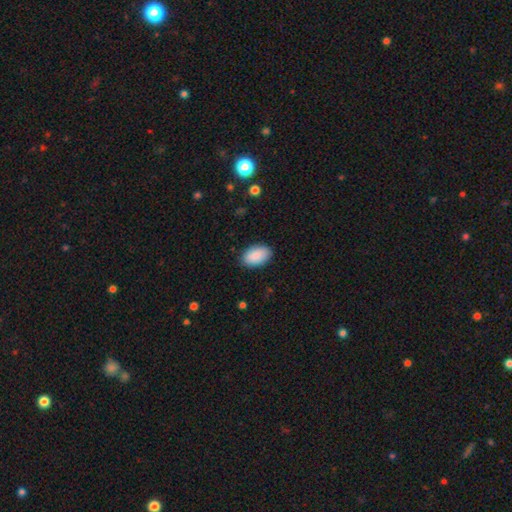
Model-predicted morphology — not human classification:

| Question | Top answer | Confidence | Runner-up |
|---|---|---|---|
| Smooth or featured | smooth | 89% | star or artifact (6%) |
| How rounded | in between | 94% | round (5%) |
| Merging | none | 88% | minor disturbance (9%) |